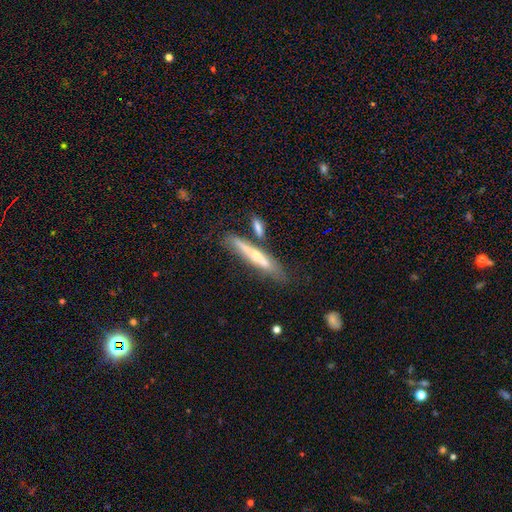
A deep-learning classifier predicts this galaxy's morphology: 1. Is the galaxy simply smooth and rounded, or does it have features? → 57% featured or disk, 36% smooth, 6% star or artifact.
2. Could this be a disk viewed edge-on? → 88% yes, 12% no.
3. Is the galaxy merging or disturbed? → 59% none, 19% merger, 17% minor disturbance, 5% major disturbance.